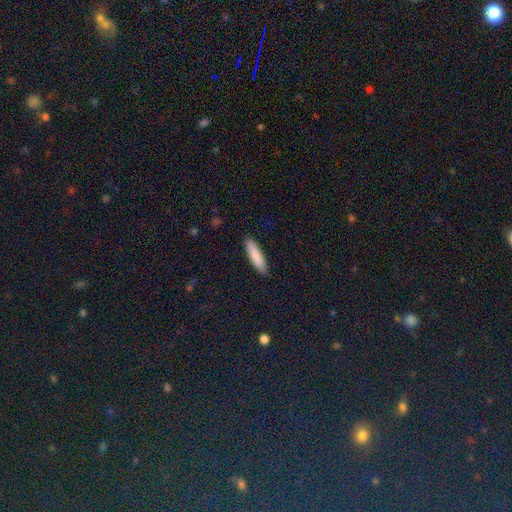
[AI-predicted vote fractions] Smooth or featured? Predicted: smooth (p=0.86). How rounded? Predicted: cigar-shaped (p=0.74). Merging? Predicted: none (p=0.89).